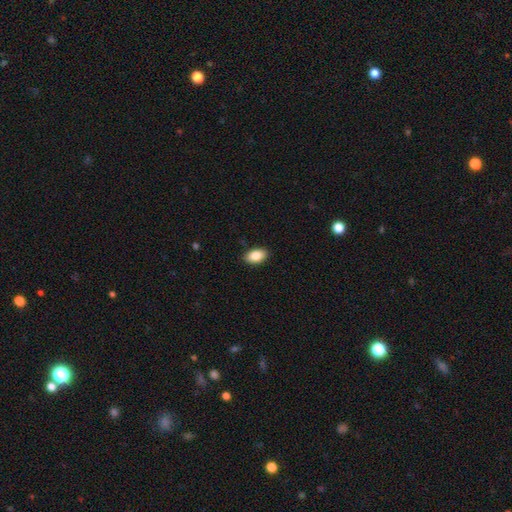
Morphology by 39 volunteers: Q: Smooth or featured?
A: smooth (95%); runner-up: featured or disk (3%)
Q: How rounded?
A: in between (95%); runner-up: round (5%)
Q: Merging?
A: none (92%); runner-up: minor disturbance (8%)